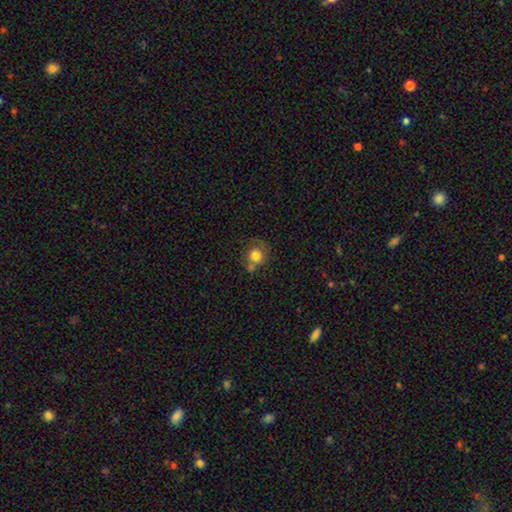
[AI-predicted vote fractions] smooth-or-featured: smooth: 78% | featured or disk: 12% | star or artifact: 10%
  how-rounded: round: 86% | in between: 13% | cigar-shaped: 1%
  merging: none: 51% | merger: 25% | minor disturbance: 17% | major disturbance: 7%